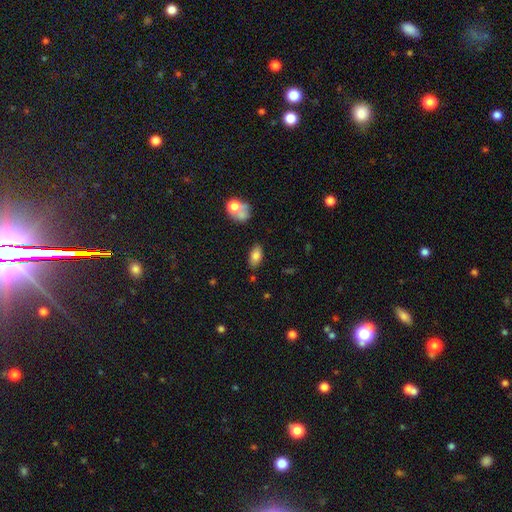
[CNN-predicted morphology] Overall: smooth (79%). How rounded: in between (90%). Merging: none (81%).